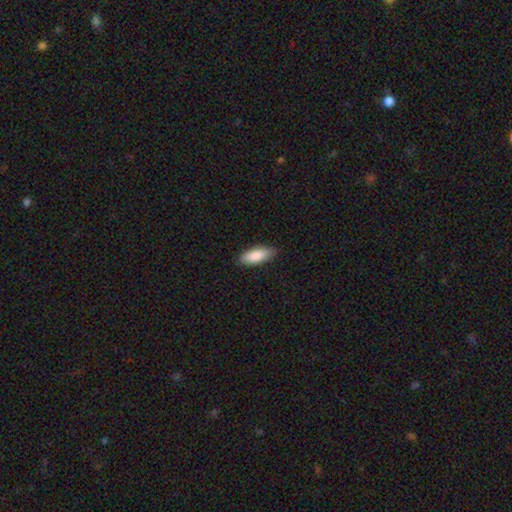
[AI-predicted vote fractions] A smooth galaxy with no disk features (88%) that is in between round and cigar-shaped (78%).

Vote fractions:
- Smooth or featured? smooth: 88% / featured or disk: 6% / star or artifact: 5%
- How rounded? in between: 78% / cigar-shaped: 20% / round: 2%
- Merging? none: 87% / minor disturbance: 10% / major disturbance: 2% / merger: 1%